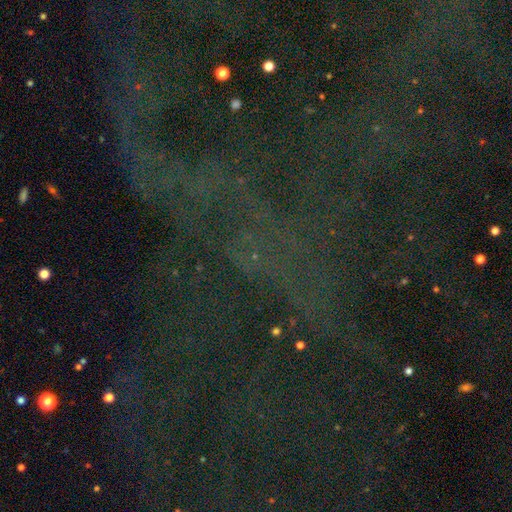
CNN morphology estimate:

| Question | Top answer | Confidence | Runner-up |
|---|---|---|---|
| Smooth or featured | star or artifact | 82% | featured or disk (10%) |